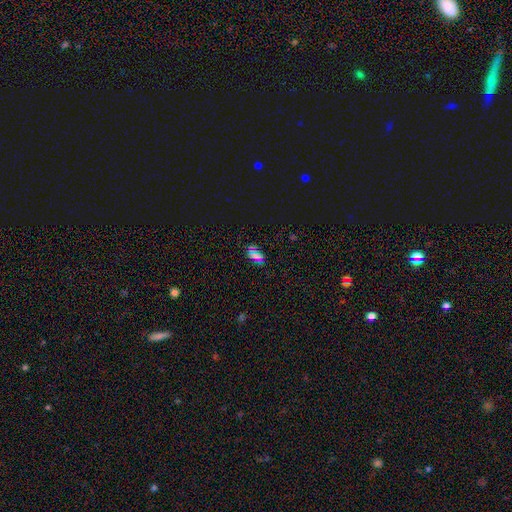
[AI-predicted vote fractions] smooth_or_featured: smooth (p=0.46) [alt: star or artifact p=0.42]
merging: none (p=0.72) [alt: minor disturbance p=0.16]